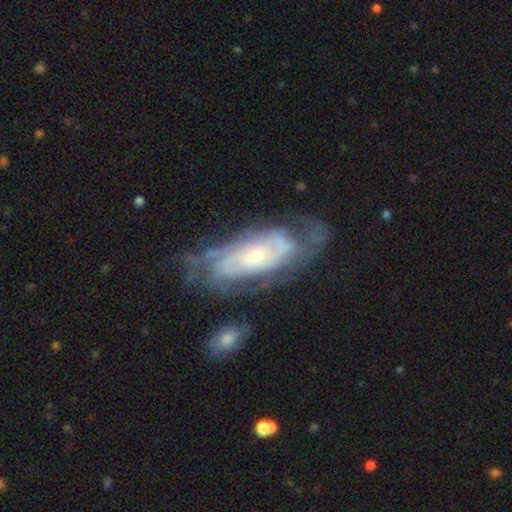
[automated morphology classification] featured or disk 84%, smooth 11%, star or artifact 6%. Down the decision tree: edge-on disk — no (91%); bar — no (69%); spiral arms — yes (92%); spiral arm count — can't tell (47%); spiral winding — tight (64%); bulge size — small (62%); merging — none (60%).